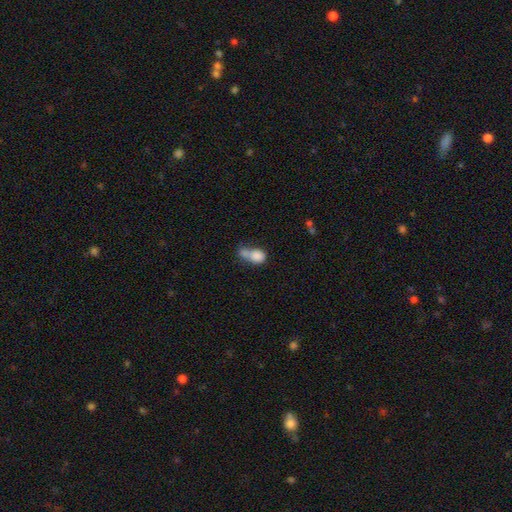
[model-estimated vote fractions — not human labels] Smooth or featured? smooth (80%)
How rounded? in between (60%)
Merging? merger (58%)